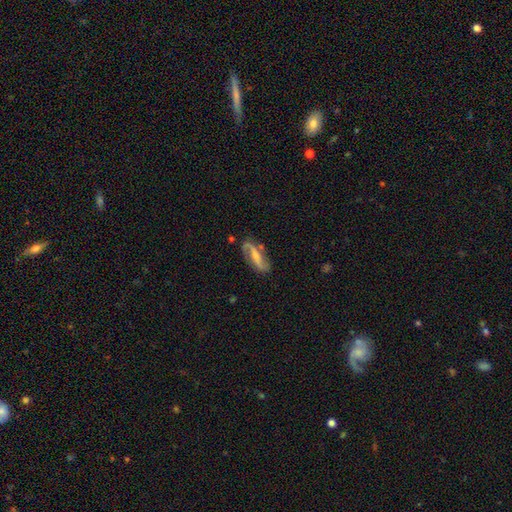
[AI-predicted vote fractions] The model was most divided on "bar": weak: 38%, strong: 33%, no: 29%. Remaining: spiral arms — yes (94%); edge-on disk — no (92%); spiral arm count — 2 (89%); smooth or featured — featured or disk (78%); merging — none (73%); spiral winding — loose (54%); bulge size — small (40%).